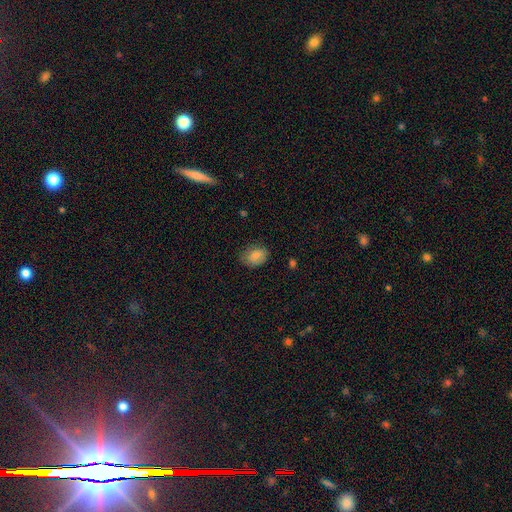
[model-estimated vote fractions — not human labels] Smooth or featured? Predicted: smooth (p=0.82). How rounded? Predicted: in between (p=0.76). Merging? Predicted: none (p=0.70).